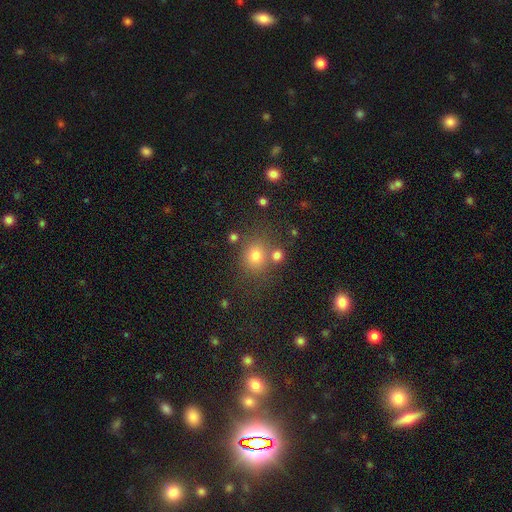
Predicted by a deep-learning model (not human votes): Smooth or featured: smooth — 72% (star or artifact — 19%)
How rounded: round — 74% (in between — 25%)
Merging: none — 71% (merger — 14%)